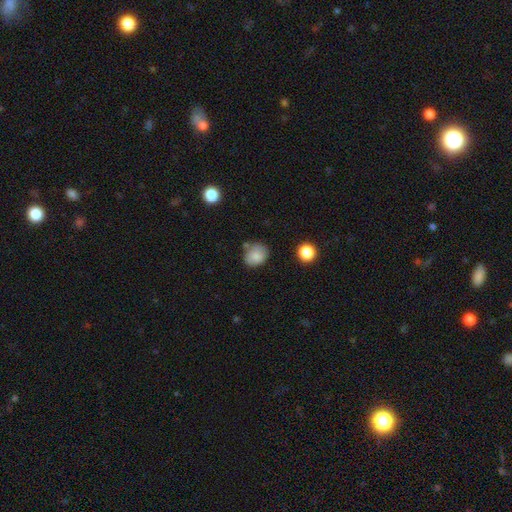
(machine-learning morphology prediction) smooth-or-featured: smooth: 81% | featured or disk: 10% | star or artifact: 9%
  how-rounded: round: 59% | in between: 41% | cigar-shaped: 1%
  merging: none: 70% | minor disturbance: 19% | merger: 6% | major disturbance: 4%